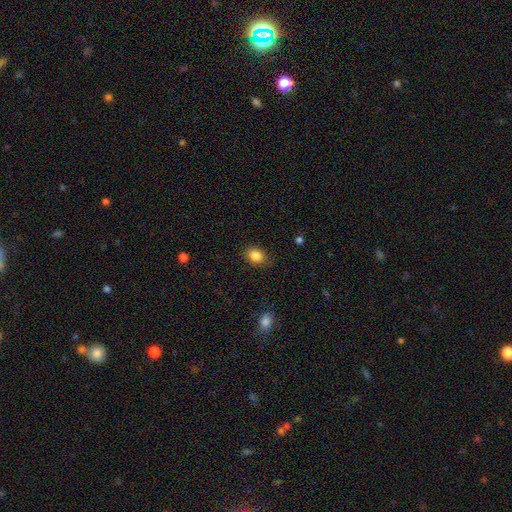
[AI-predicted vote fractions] Smooth or featured?
  - smooth: 86% *
  - star or artifact: 9%
  - featured or disk: 5%
How rounded?
  - in between: 59% *
  - round: 40%
  - cigar-shaped: 1%
Merging?
  - none: 84% *
  - minor disturbance: 12%
  - major disturbance: 3%
  - merger: 1%